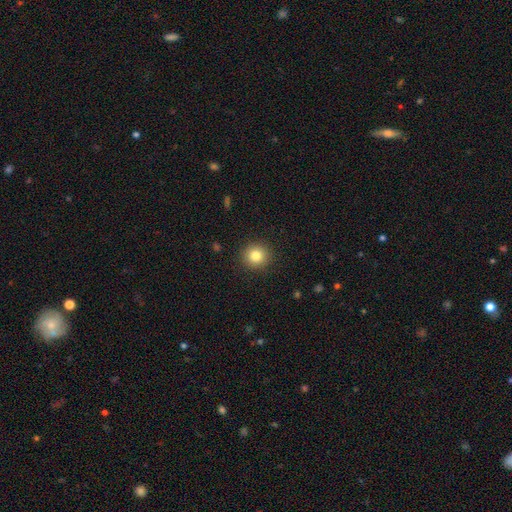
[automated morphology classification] smooth 82%, star or artifact 11%, featured or disk 7%. Down the decision tree: how rounded — round (93%); merging — none (91%).